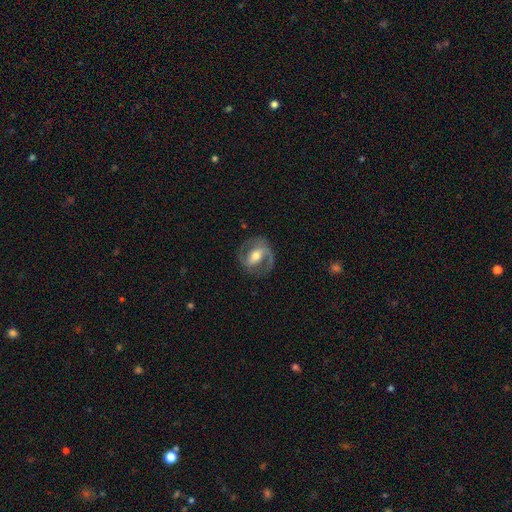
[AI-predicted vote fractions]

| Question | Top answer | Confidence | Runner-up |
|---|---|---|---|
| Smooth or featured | featured or disk | 82% | smooth (13%) |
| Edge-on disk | no | 97% | yes (3%) |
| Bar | strong | 43% | weak (38%) |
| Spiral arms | yes | 91% | no (9%) |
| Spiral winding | medium | 53% | tight (28%) |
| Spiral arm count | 2 | 84% | 1 (8%) |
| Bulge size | moderate | 69% | small (20%) |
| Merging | none | 78% | minor disturbance (13%) |